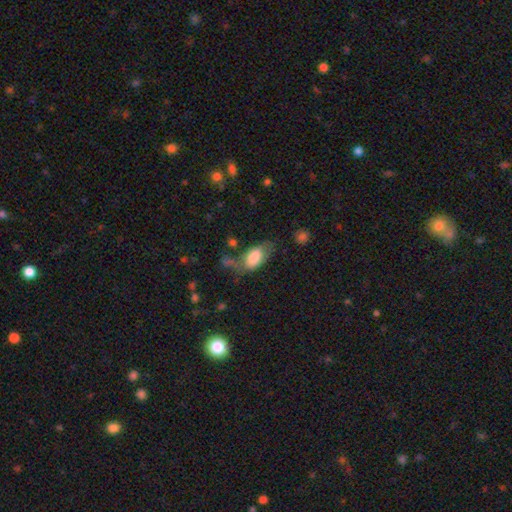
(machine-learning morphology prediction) Smooth or featured: smooth — 74% (featured or disk — 18%)
How rounded: in between — 91% (cigar-shaped — 5%)
Merging: none — 47% (minor disturbance — 28%)